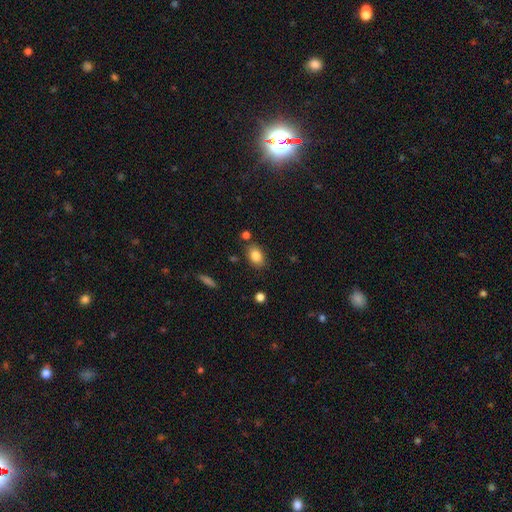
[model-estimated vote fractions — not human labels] Smooth or featured? smooth (83%)
How rounded? in between (82%)
Merging? none (80%)